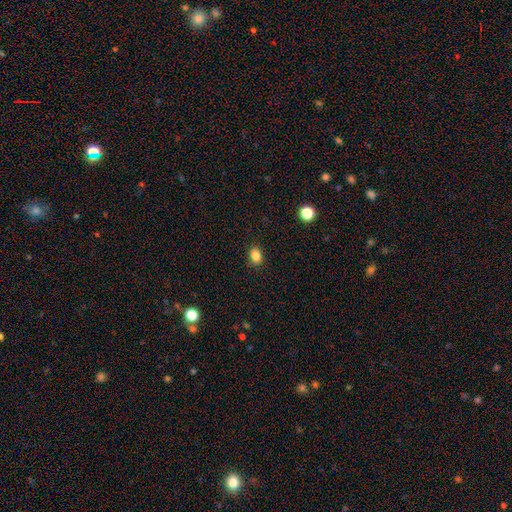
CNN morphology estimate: smooth_or_featured: smooth (p=0.85) [alt: star or artifact p=0.11]
how_rounded: in between (p=0.70) [alt: round p=0.28]
merging: none (p=0.87) [alt: minor disturbance p=0.09]